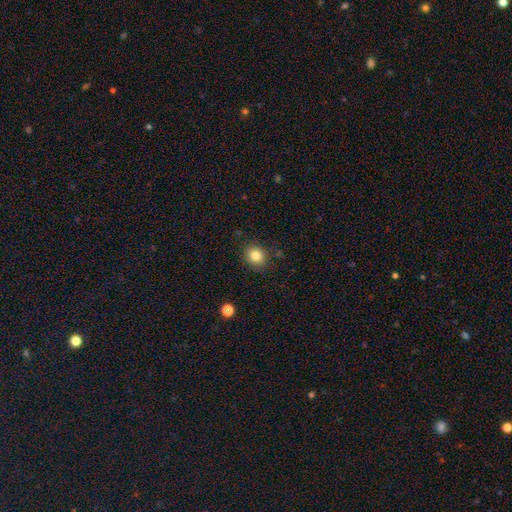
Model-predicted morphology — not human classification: smooth 82%, star or artifact 11%, featured or disk 6%. Down the decision tree: how rounded — round (76%); merging — none (87%).